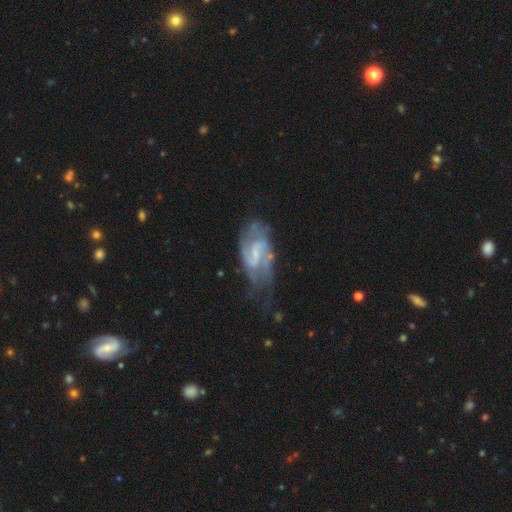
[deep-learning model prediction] Overall: featured or disk (80%). Edge-on disk: no (96%). Bar: weak (56%; strong 23%). Spiral arms: yes (87%). Spiral arm count: 2 (62%; can't tell 24%). Spiral winding: medium (45%; tight 27%). Bulge size: small (49%; none 28%). Merging: none (45%; minor disturbance 28%).